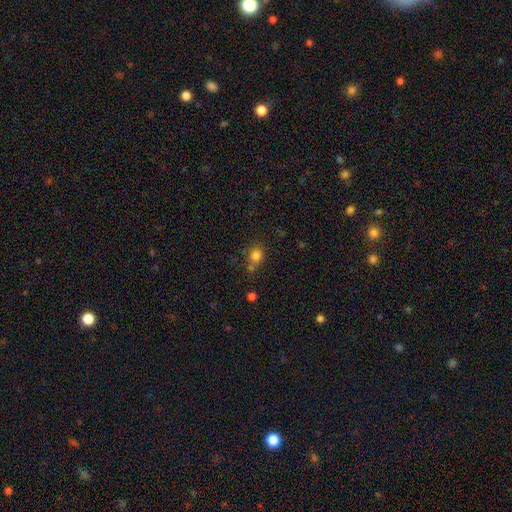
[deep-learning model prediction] The model was most divided on "merging": none: 62%, minor disturbance: 16%, merger: 16%, major disturbance: 5%. More confident: smooth or featured — smooth (80%); how rounded — round (78%).